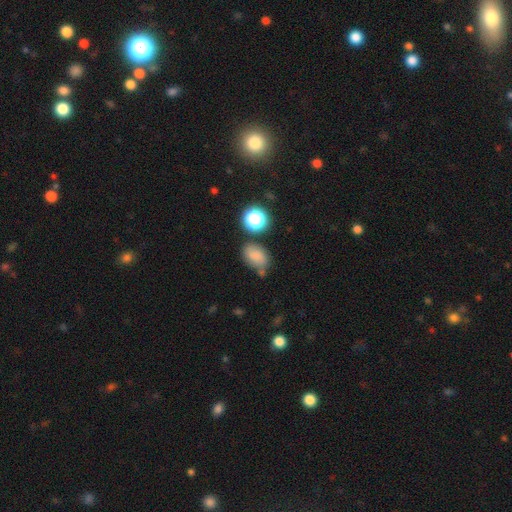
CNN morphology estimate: smooth-or-featured: smooth: 75% | star or artifact: 14% | featured or disk: 11%
  how-rounded: in between: 75% | round: 23% | cigar-shaped: 1%
  merging: none: 62% | minor disturbance: 21% | merger: 12% | major disturbance: 6%